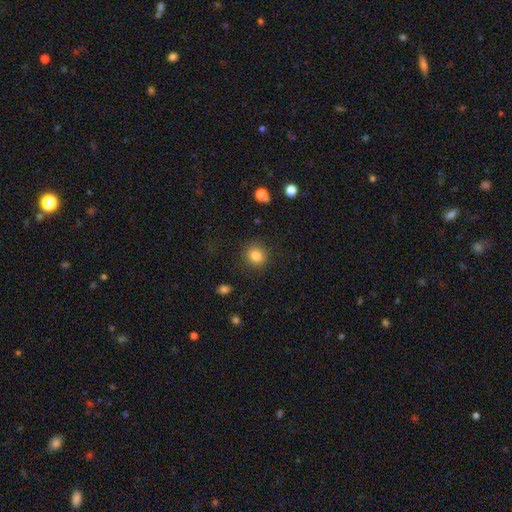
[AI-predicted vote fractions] Smooth or featured: smooth — 84% (star or artifact — 11%)
How rounded: round — 86% (in between — 13%)
Merging: none — 88% (minor disturbance — 8%)